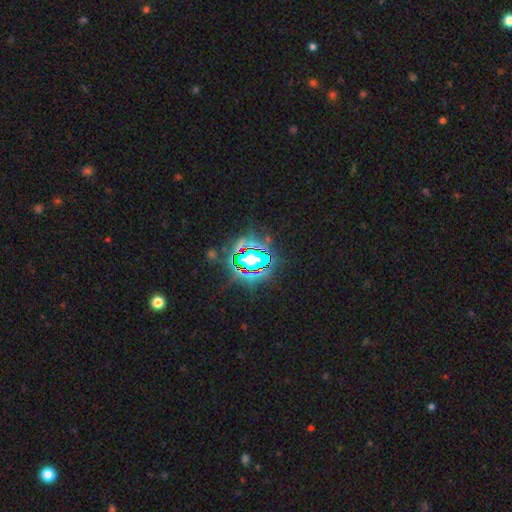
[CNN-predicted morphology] smooth_or_featured: star or artifact (p=0.75) [alt: smooth p=0.13]